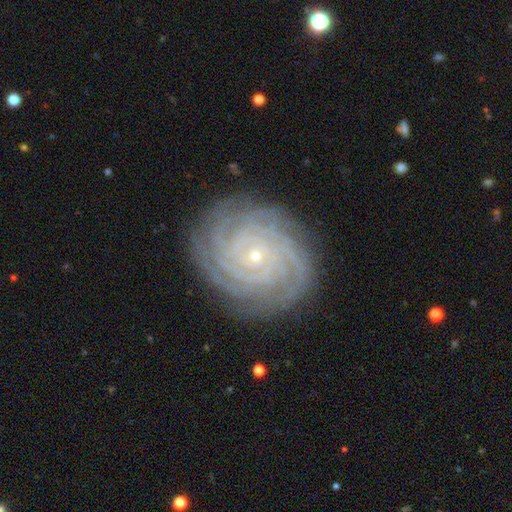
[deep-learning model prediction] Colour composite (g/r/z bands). It shows a featured or disk galaxy (90%) with no bar (81%), 4 (29%) tight (89%) spiral arms (98%) and a small central bulge (86%). Merging: none (84%).